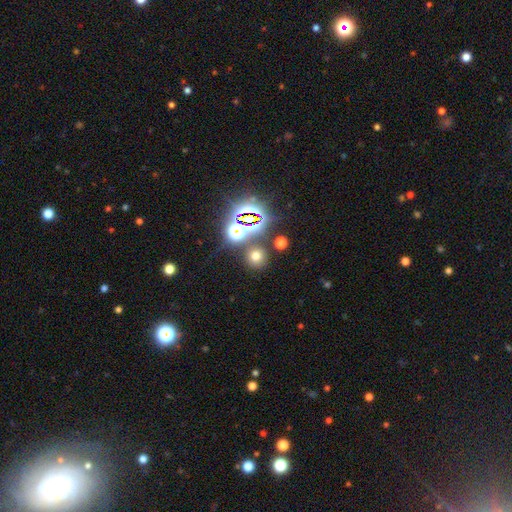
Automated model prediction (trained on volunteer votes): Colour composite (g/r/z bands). It shows a smooth galaxy with no disk features (59%) that is round (88%). Merging: none (82%).